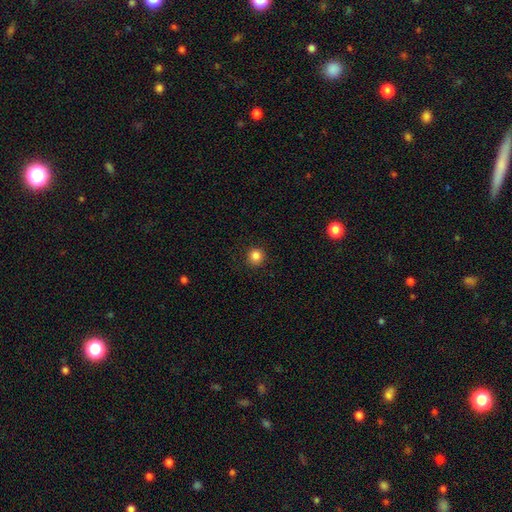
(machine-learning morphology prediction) Smooth or featured? Predicted: smooth (p=0.85). How rounded? Predicted: round (p=0.94). Merging? Predicted: none (p=0.91).